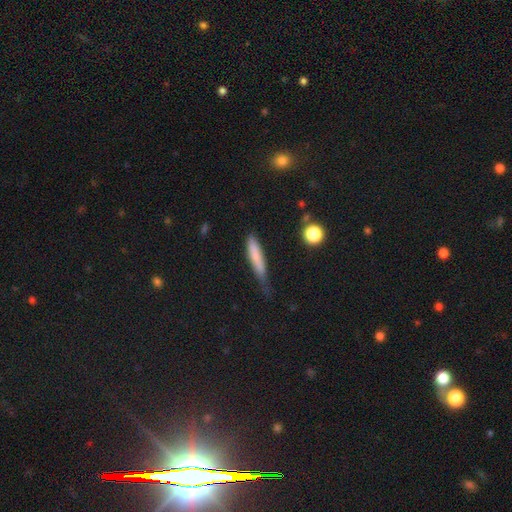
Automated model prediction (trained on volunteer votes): A smooth galaxy with no disk features (76%) that is cigar-shaped (88%). Merging: none (49%).